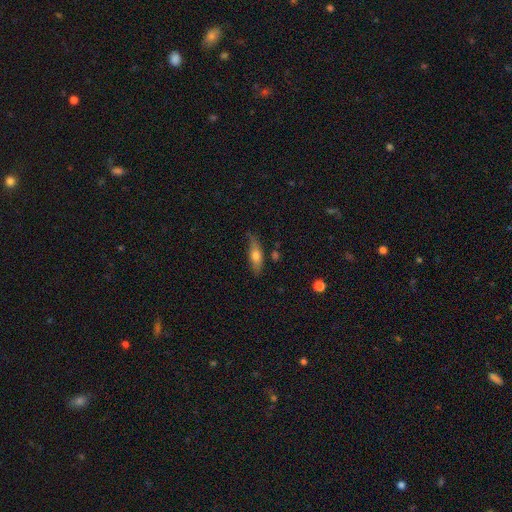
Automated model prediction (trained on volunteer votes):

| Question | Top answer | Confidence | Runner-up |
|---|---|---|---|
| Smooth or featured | smooth | 61% | featured or disk (32%) |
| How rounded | cigar-shaped | 49% | in between (48%) |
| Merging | none | 71% | minor disturbance (21%) |